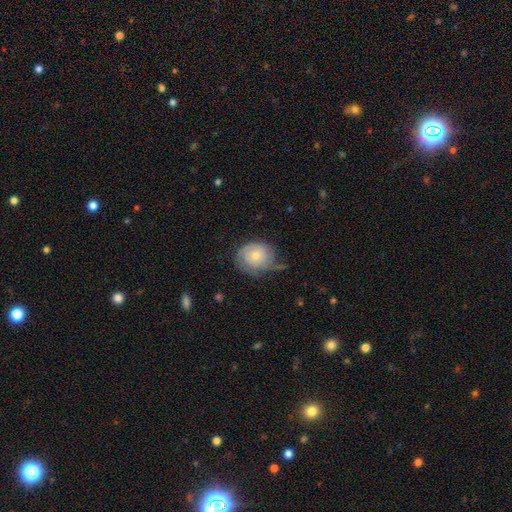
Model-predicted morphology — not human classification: smooth 50%, featured or disk 43%, star or artifact 7%. Down the decision tree: how rounded — round (69%); merging — none (46%).